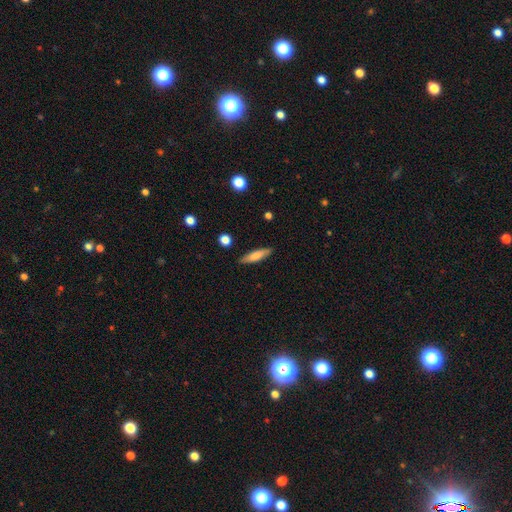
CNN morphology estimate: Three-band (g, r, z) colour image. It shows a smooth galaxy with no disk features (75%) that is cigar-shaped (74%). Merging: none (87%).